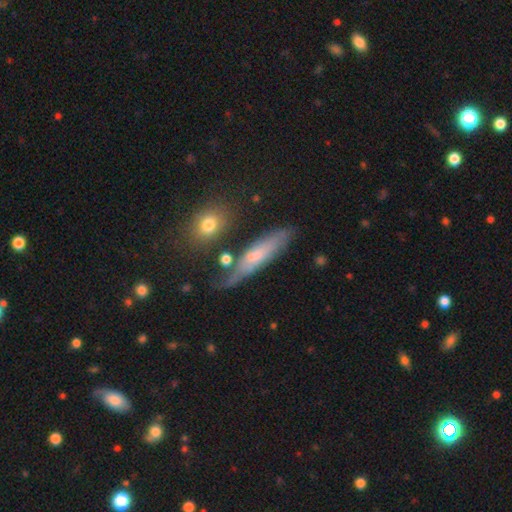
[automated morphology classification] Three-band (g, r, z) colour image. It shows a smooth galaxy with no disk features (50%) that is cigar-shaped (70%). Merging: none (58%).